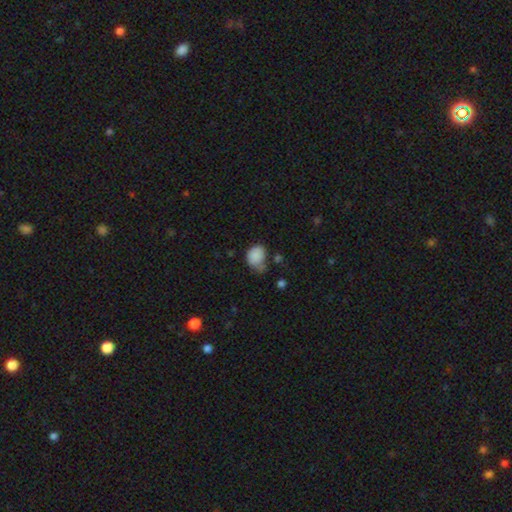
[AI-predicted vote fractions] A smooth galaxy with no disk features (84%) that is in between round and cigar-shaped (52%).

Vote fractions:
- Smooth or featured? smooth: 84% / star or artifact: 9% / featured or disk: 6%
- How rounded? in between: 52% / round: 47% / cigar-shaped: 1%
- Merging? none: 42% / minor disturbance: 35% / major disturbance: 14% / merger: 8%